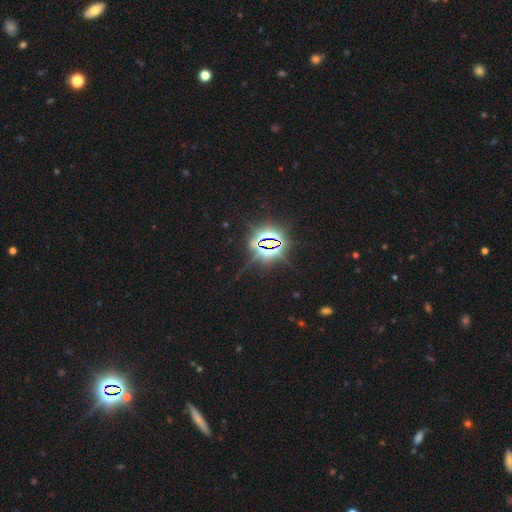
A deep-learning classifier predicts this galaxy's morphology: The model was most divided on "smooth or featured": star or artifact: 84%, smooth: 9%, featured or disk: 7%.